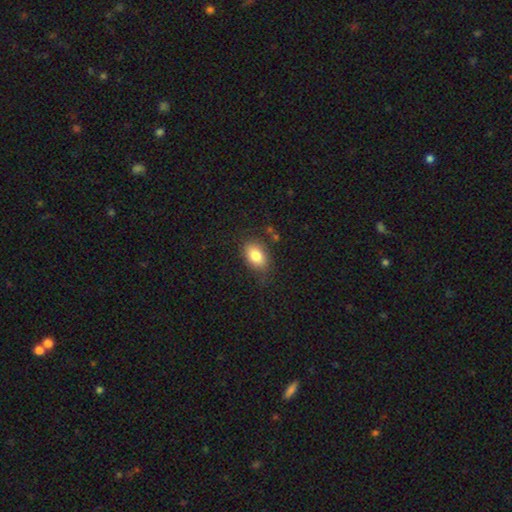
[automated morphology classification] A smooth galaxy with no disk features (83%) that is in between round and cigar-shaped (85%). Merging: none (77%).